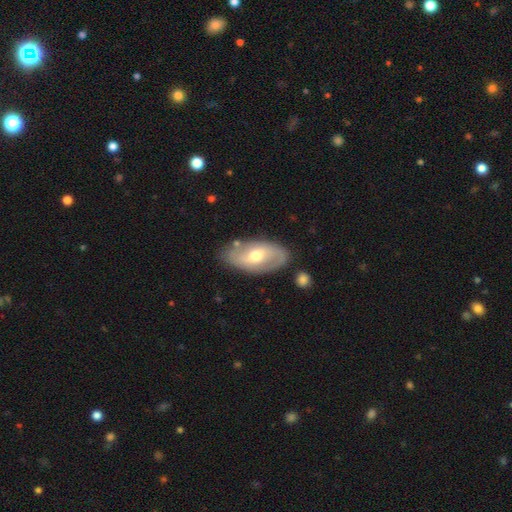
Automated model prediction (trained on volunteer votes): This appears to be a featured or disk galaxy (63%) with no bar (42%), spiral arms (66%) and a moderate central bulge (70%). Merging: none (76%).